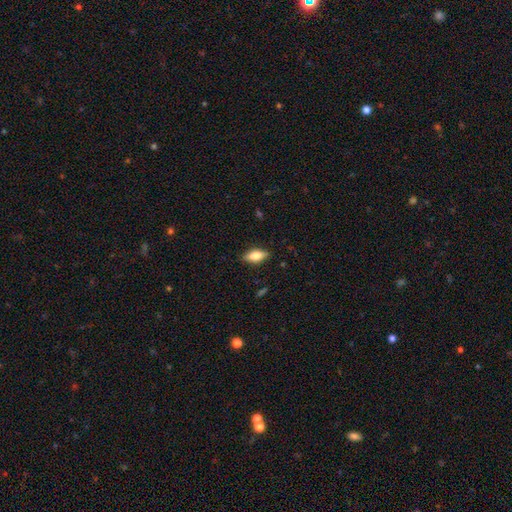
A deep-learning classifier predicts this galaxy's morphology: Smooth or featured: smooth — 71% (featured or disk — 22%)
How rounded: in between — 81% (cigar-shaped — 15%)
Merging: none — 85% (minor disturbance — 11%)